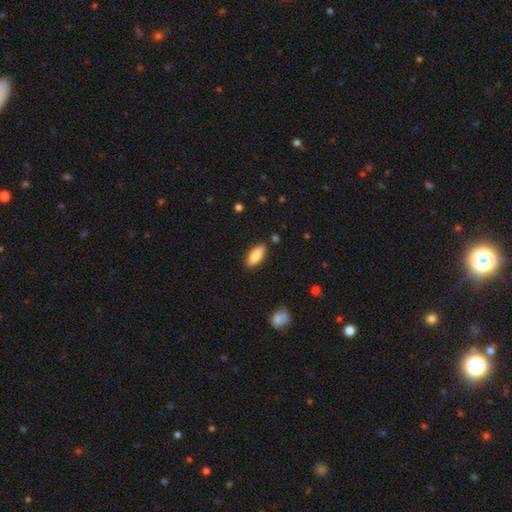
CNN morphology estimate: type=smooth (82%); roundness=in between (72%); merging=none (85%).